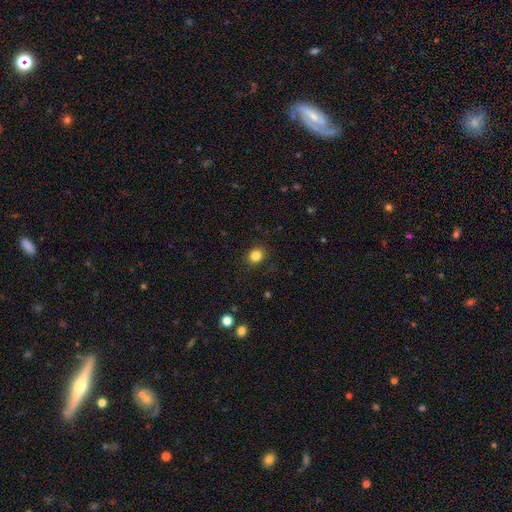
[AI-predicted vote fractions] smooth-or-featured: smooth: 84% | star or artifact: 11% | featured or disk: 4%
  how-rounded: round: 74% | in between: 25% | cigar-shaped: 1%
  merging: none: 89% | minor disturbance: 8% | major disturbance: 3% | merger: 1%